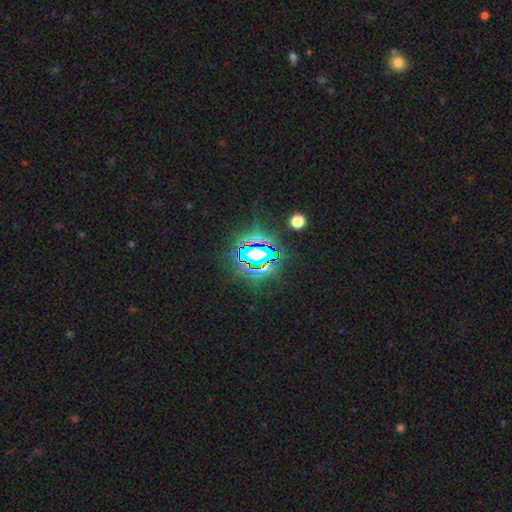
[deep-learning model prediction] smooth-or-featured: star or artifact: 74% | smooth: 14% | featured or disk: 12%